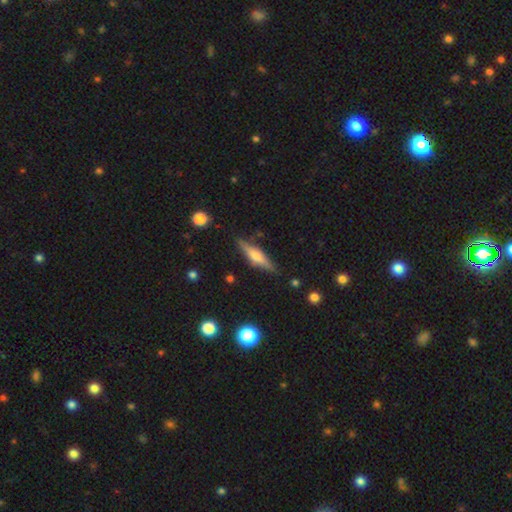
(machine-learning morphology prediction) Overall: featured or disk (58%; smooth 35%). Edge-on disk: yes (95%). Edge-on bulge: rounded (76%). Merging: none (85%).